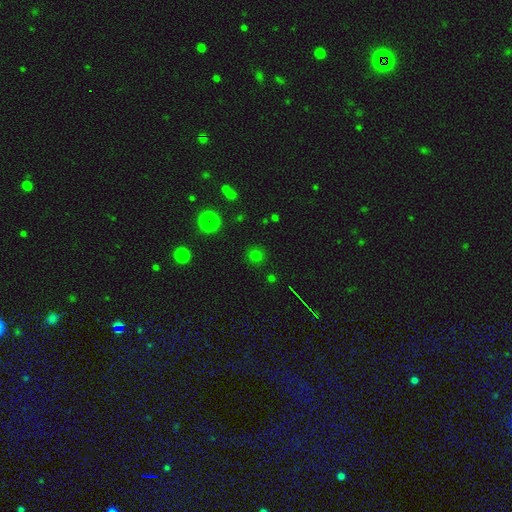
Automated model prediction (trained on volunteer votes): This is likely a smooth galaxy (68%). How rounded: clearly round (92%). Merging: clearly none (88%).